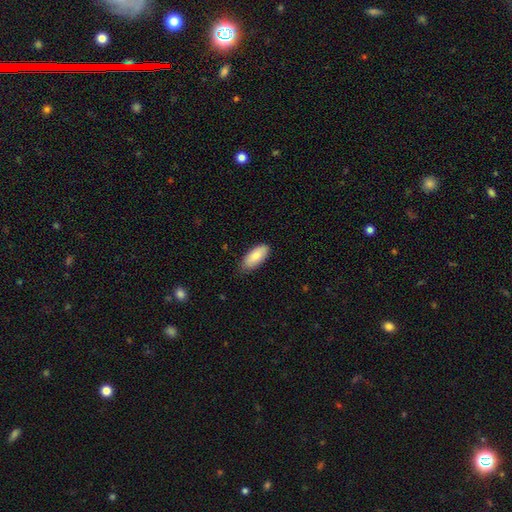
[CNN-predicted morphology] smooth 83%, featured or disk 11%, star or artifact 6%. Down the decision tree: how rounded — in between (89%); merging — none (75%).